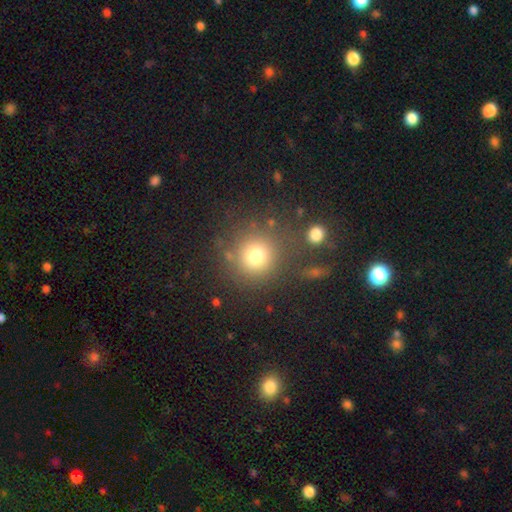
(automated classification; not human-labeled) Morphology: type=smooth (76%); roundness=round (92%); merging=none (75%).